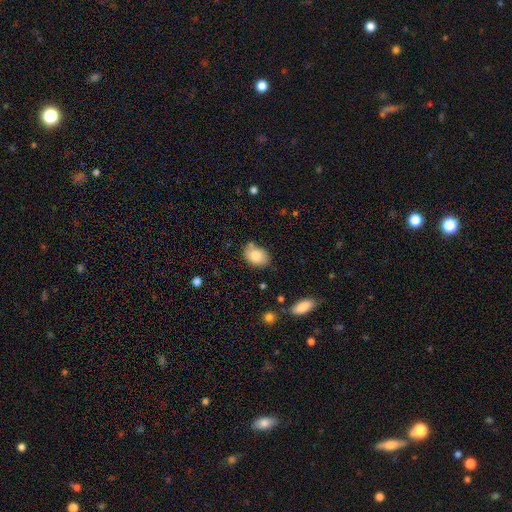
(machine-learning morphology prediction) smooth-or-featured: smooth: 82% | featured or disk: 10% | star or artifact: 8%
  how-rounded: in between: 76% | round: 22% | cigar-shaped: 1%
  merging: none: 69% | minor disturbance: 20% | merger: 6% | major disturbance: 4%